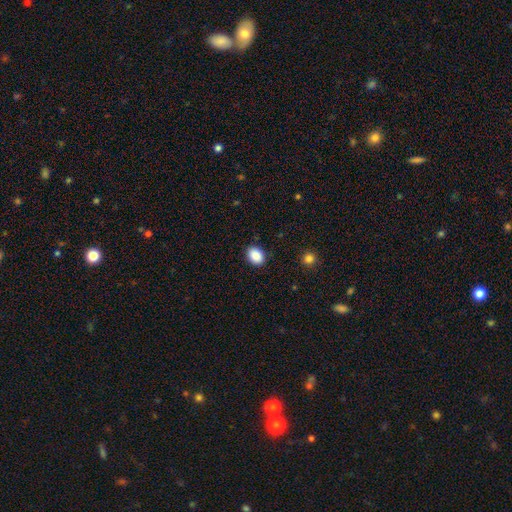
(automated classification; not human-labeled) Morphology: type=smooth (89%); roundness=in between (68%); merging=none (88%).